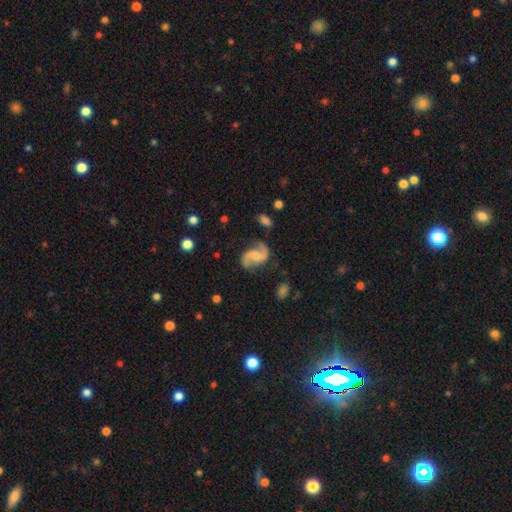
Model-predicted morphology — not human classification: This appears to be a featured or disk galaxy (87%) with no bar (48%), 2 (93%) loose (51%) spiral arms (97%) and a small central bulge (38%). Merging: none (76%).